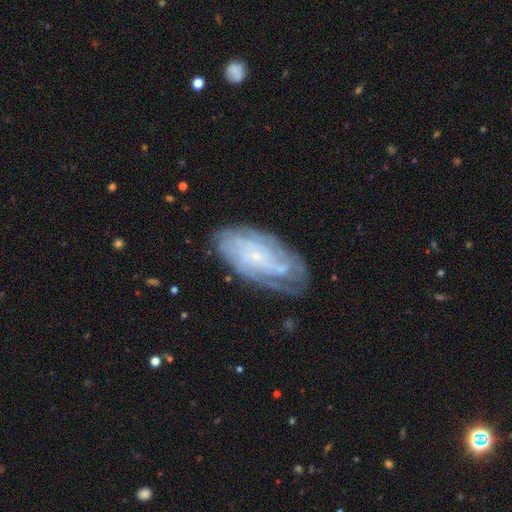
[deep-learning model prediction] Morphology: type=featured or disk (75%); edge-on=no (94%); bar=no (76%); spiral arms=yes (90%); winding=tight (72%); arm count=can't tell (50%); bulge=small (84%); merging=none (71%).